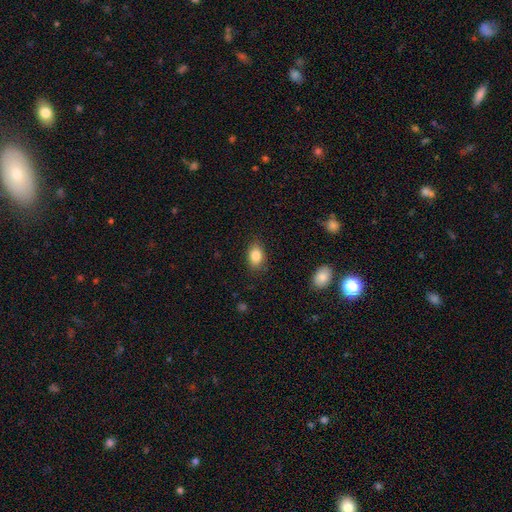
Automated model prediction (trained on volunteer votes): A smooth galaxy with no disk features (84%) that is in between round and cigar-shaped (83%). Merging: none (85%).